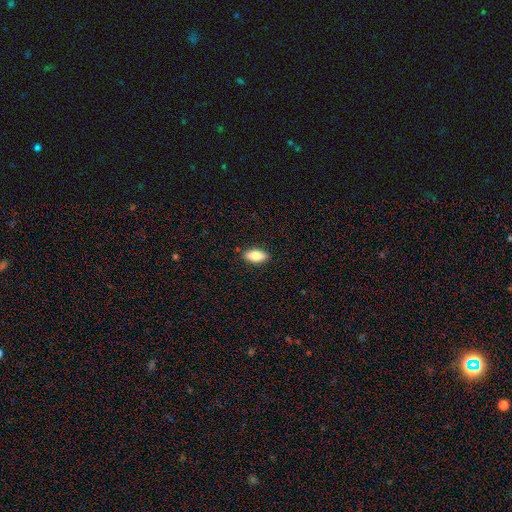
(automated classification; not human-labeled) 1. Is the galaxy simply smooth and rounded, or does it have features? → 79% smooth, 14% featured or disk, 7% star or artifact.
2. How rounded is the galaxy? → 87% in between, 10% cigar-shaped, 3% round.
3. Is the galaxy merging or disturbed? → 88% none, 9% minor disturbance, 2% major disturbance, 1% merger.